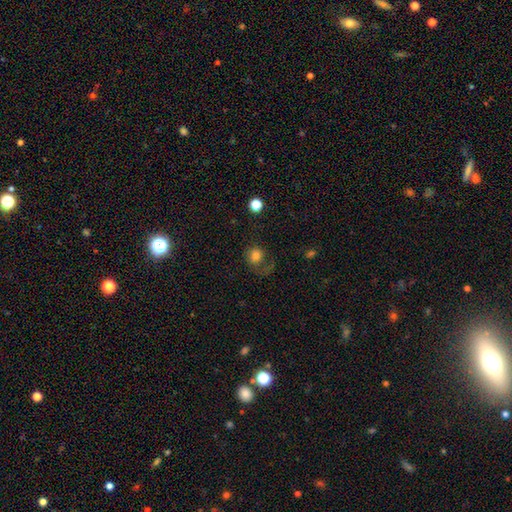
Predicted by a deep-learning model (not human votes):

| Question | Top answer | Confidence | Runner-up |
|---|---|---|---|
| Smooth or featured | smooth | 75% | featured or disk (14%) |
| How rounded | round | 76% | in between (23%) |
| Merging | none | 44% | major disturbance (33%) |